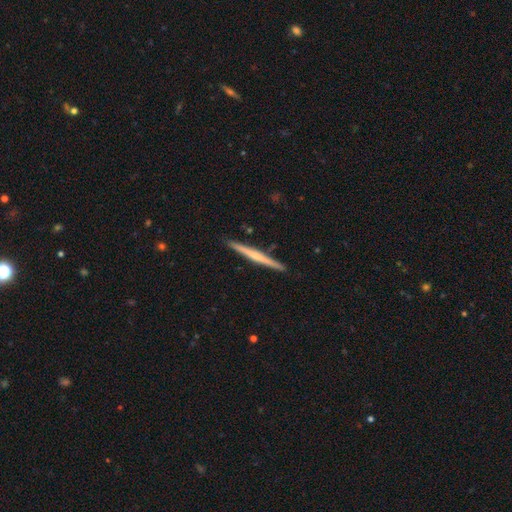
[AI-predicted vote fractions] Q: Smooth or featured?
A: featured or disk (56%); runner-up: smooth (38%)
Q: Edge-on disk?
A: yes (98%); runner-up: no (2%)
Q: Edge-on bulge?
A: none (59%); runner-up: rounded (32%)
Q: Merging?
A: none (91%); runner-up: minor disturbance (6%)